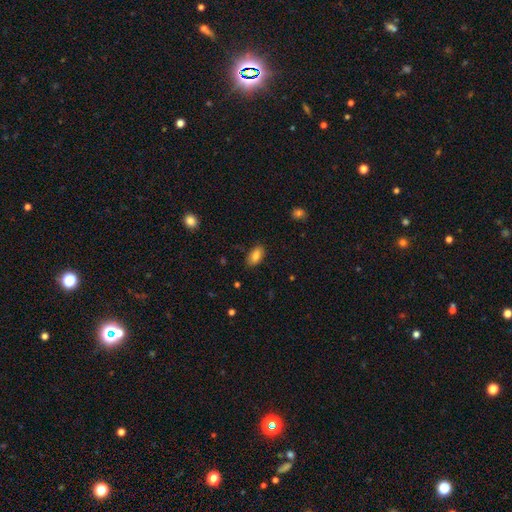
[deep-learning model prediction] The model was most divided on "merging": none: 84%, minor disturbance: 12%, major disturbance: 2%, merger: 1%. More confident: how rounded — in between (92%); smooth or featured — smooth (84%).